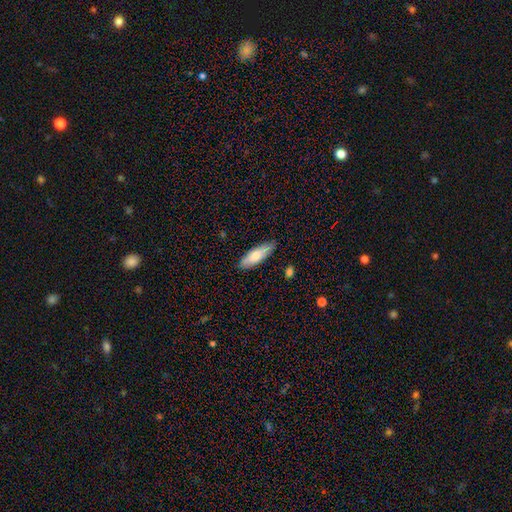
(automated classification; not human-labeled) A smooth galaxy with no disk features (71%) that is in between round and cigar-shaped (51%). Merging: none (85%).